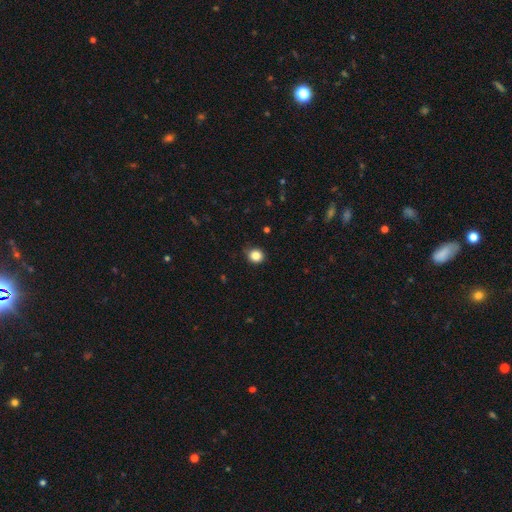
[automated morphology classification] A smooth galaxy with no disk features (85%) that is round (87%).

Vote fractions:
- Smooth or featured? smooth: 85% / star or artifact: 11% / featured or disk: 4%
- How rounded? round: 87% / in between: 12% / cigar-shaped: 1%
- Merging? none: 86% / minor disturbance: 11% / major disturbance: 2% / merger: 1%